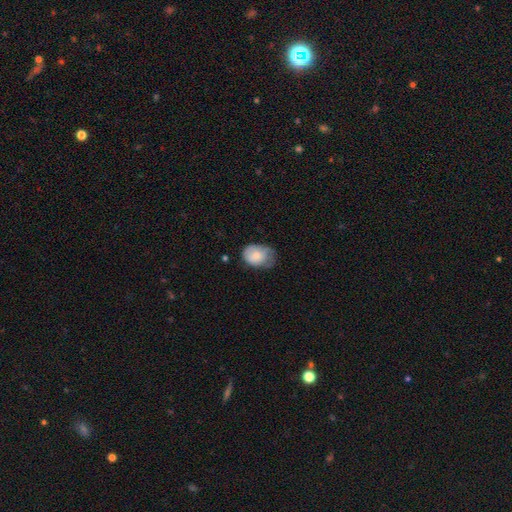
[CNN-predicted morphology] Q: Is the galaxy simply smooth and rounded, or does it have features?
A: smooth — 75%.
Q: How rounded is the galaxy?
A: in between — 72%.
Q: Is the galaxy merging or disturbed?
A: minor disturbance — 41%.